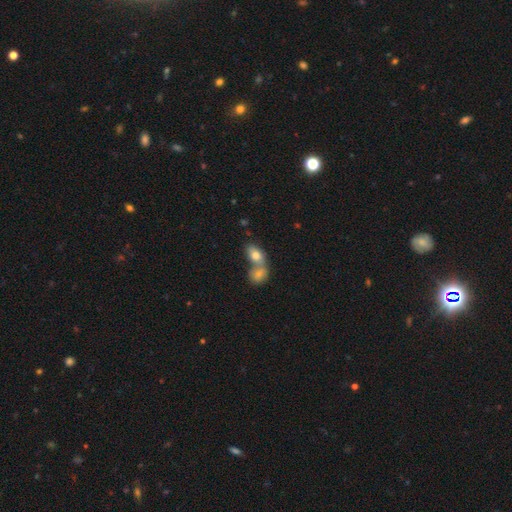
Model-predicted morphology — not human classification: Overall: smooth (79%). How rounded: in between (79%). Merging: merger (64%; none 26%).